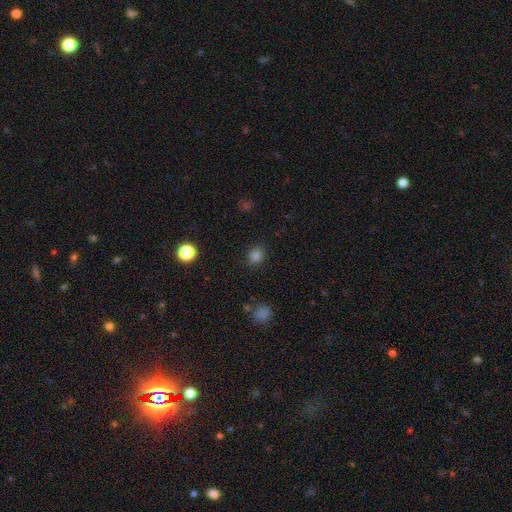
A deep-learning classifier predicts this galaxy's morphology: A smooth galaxy with no disk features (82%) that is round (73%).

Vote fractions:
- Smooth or featured? smooth: 82% / star or artifact: 14% / featured or disk: 4%
- How rounded? round: 73% / in between: 26% / cigar-shaped: 1%
- Merging? none: 86% / minor disturbance: 9% / major disturbance: 3% / merger: 2%